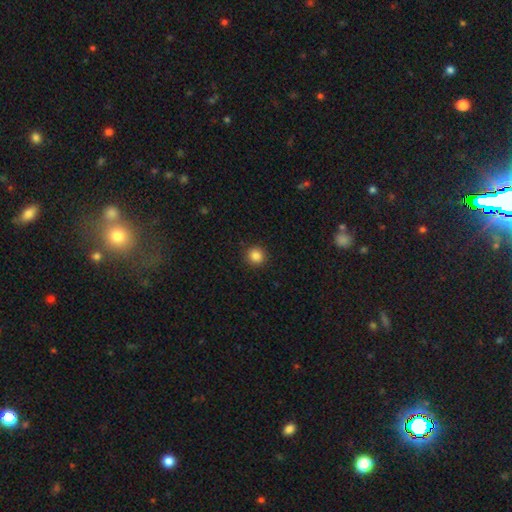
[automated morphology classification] Smooth or featured? smooth (85%)
How rounded? round (93%)
Merging? none (91%)